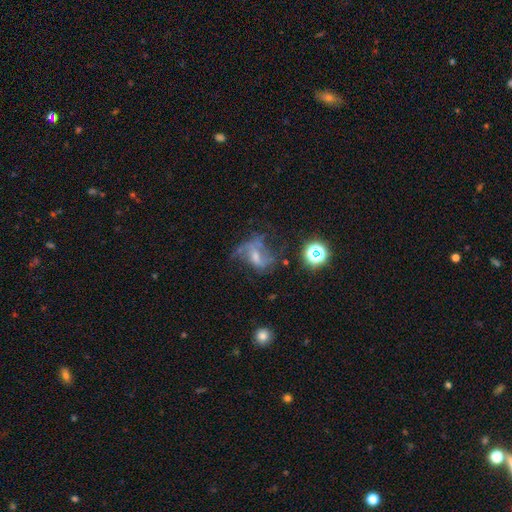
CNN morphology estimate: Smooth or featured: featured or disk — 63% (smooth — 19%)
Edge-on disk: no — 96% (yes — 4%)
Bar: weak — 44% (no — 39%)
Spiral arms: yes — 71% (no — 29%)
Bulge size: small — 37% (moderate — 36%)
Merging: major disturbance — 38% (none — 36%)